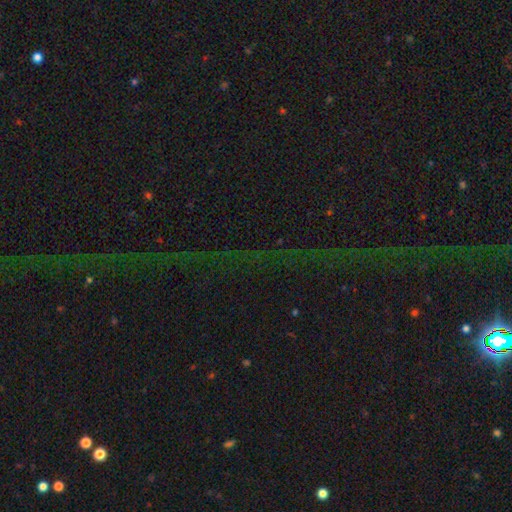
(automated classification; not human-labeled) Overall: star or artifact (79%).